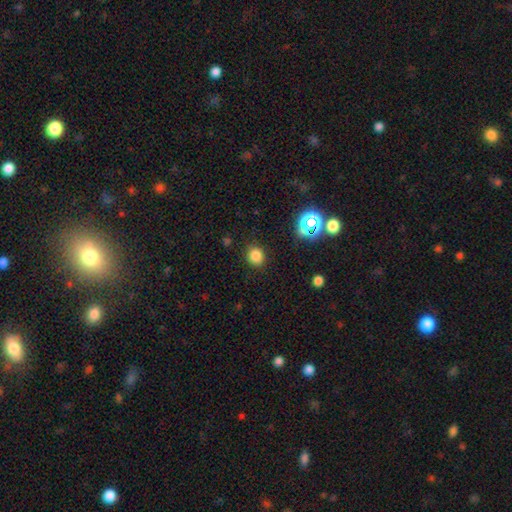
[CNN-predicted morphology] A smooth galaxy with no disk features (80%) that is round (70%).

Vote fractions:
- Smooth or featured? smooth: 80% / star or artifact: 16% / featured or disk: 5%
- How rounded? round: 70% / in between: 29% / cigar-shaped: 1%
- Merging? none: 87% / minor disturbance: 8% / major disturbance: 3% / merger: 1%